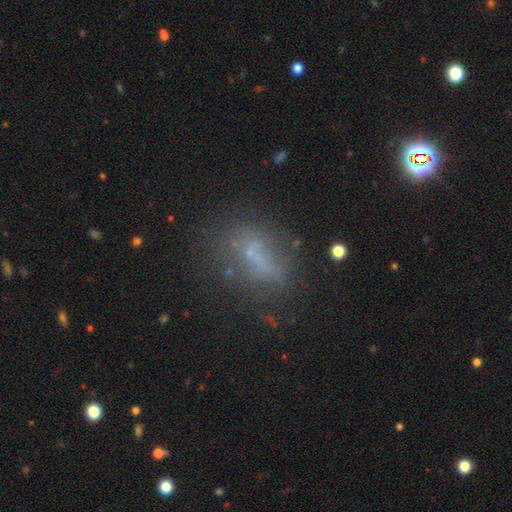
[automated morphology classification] Q: Smooth or featured?
A: smooth (46%); runner-up: featured or disk (33%)
Q: Merging?
A: none (55%); runner-up: minor disturbance (21%)